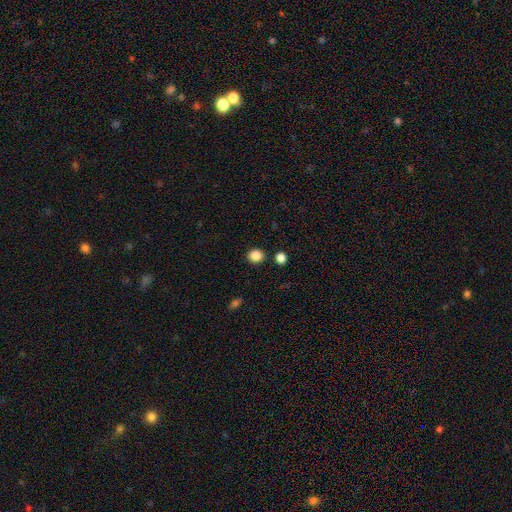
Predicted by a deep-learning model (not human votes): Smooth or featured? Predicted: smooth (p=0.86). How rounded? Predicted: round (p=0.77). Merging? Predicted: none (p=0.87).